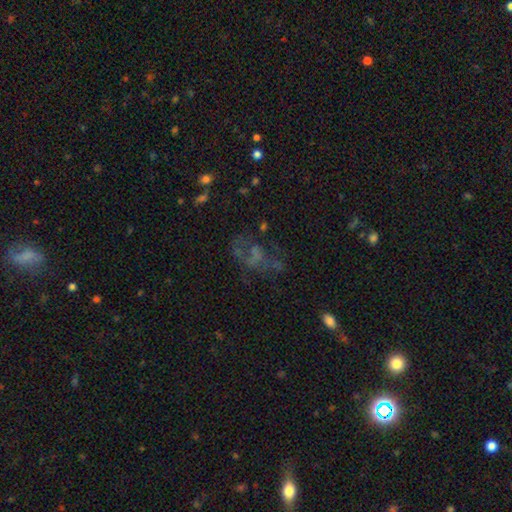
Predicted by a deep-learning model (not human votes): The model was most divided on "merging": none: 40%, major disturbance: 35%, minor disturbance: 17%, merger: 8%. Remaining: smooth or featured — featured or disk (43%).